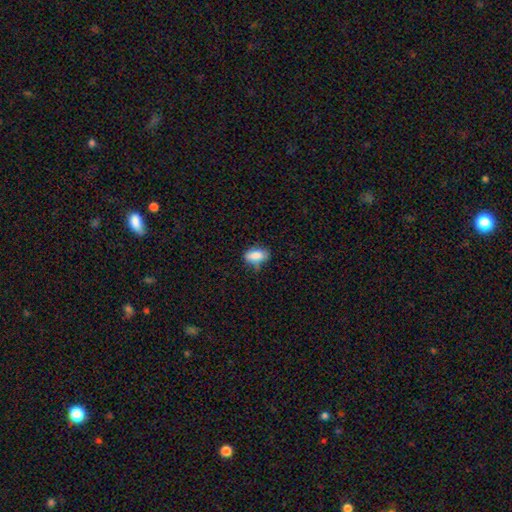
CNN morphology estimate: The model was most divided on "merging": none: 60%, minor disturbance: 30%, major disturbance: 7%, merger: 4%. More confident: how rounded — in between (88%); smooth or featured — smooth (84%).